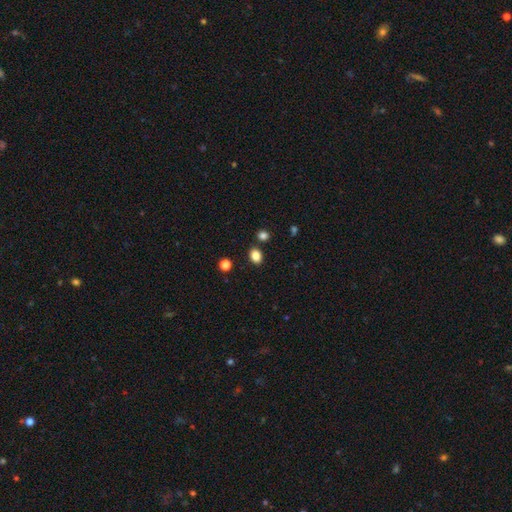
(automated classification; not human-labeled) Q: Smooth or featured?
A: smooth (85%); runner-up: star or artifact (11%)
Q: How rounded?
A: in between (63%); runner-up: round (36%)
Q: Merging?
A: none (83%); runner-up: minor disturbance (9%)